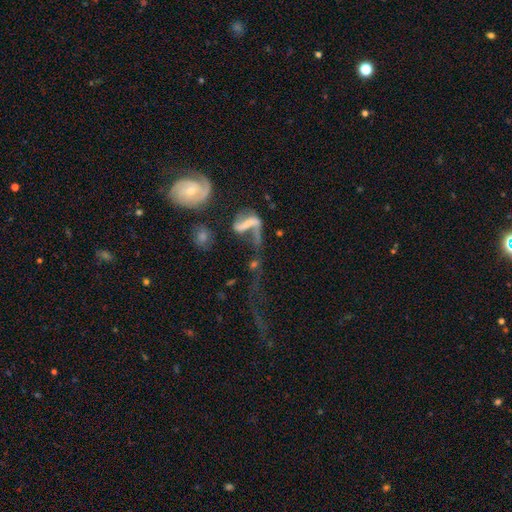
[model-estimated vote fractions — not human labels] This is marginally a star or artifact rather than a galaxy (41%).